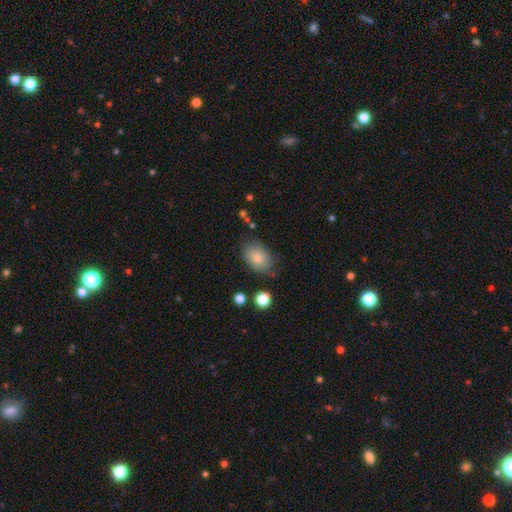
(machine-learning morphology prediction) This is clearly a smooth galaxy (81%). How rounded: clearly in between (83%). Merging: likely none (72%).